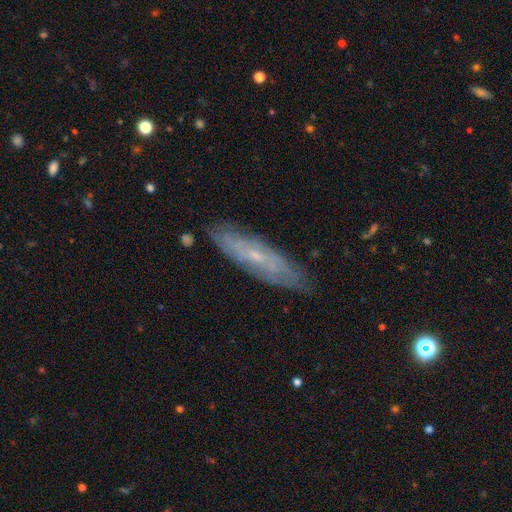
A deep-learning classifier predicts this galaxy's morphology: Smooth or featured?
  - featured or disk: 61% *
  - smooth: 31%
  - star or artifact: 8%
Edge-on disk?
  - no: 58% *
  - yes: 42%
Merging?
  - none: 82% *
  - minor disturbance: 14%
  - major disturbance: 3%
  - merger: 1%